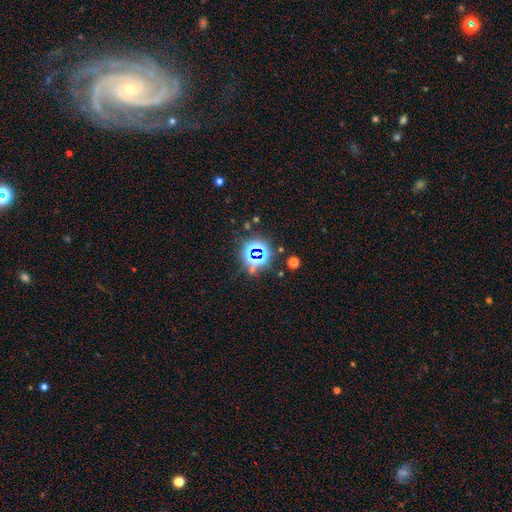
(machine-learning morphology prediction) A star or artifact, not a galaxy (73%).